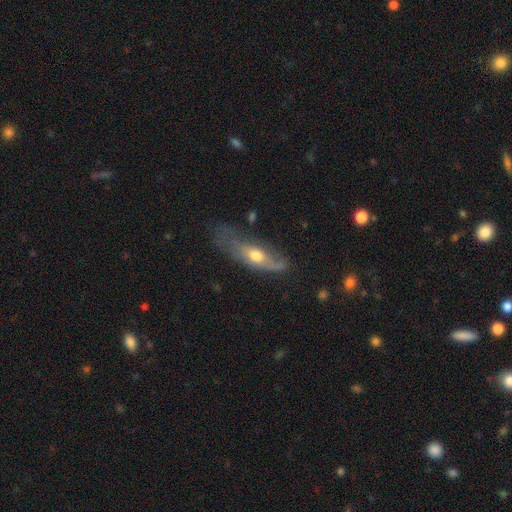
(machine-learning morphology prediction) Smooth or featured? Predicted: featured or disk (p=0.51). Edge-on disk? Predicted: no (p=0.61). Merging? Predicted: none (p=0.44).